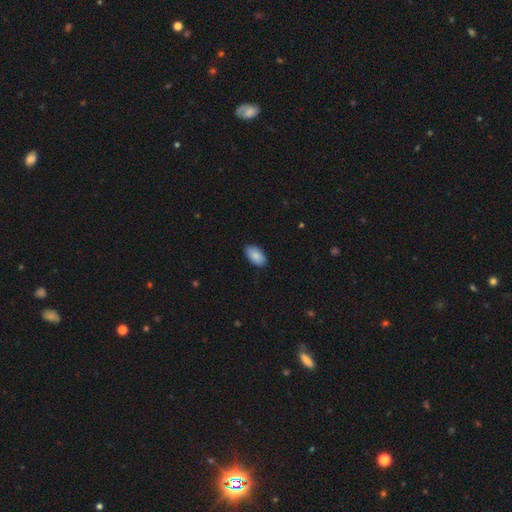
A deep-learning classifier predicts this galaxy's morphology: Q: Smooth or featured?
A: smooth (87%); runner-up: featured or disk (7%)
Q: How rounded?
A: in between (95%); runner-up: round (3%)
Q: Merging?
A: none (89%); runner-up: minor disturbance (9%)